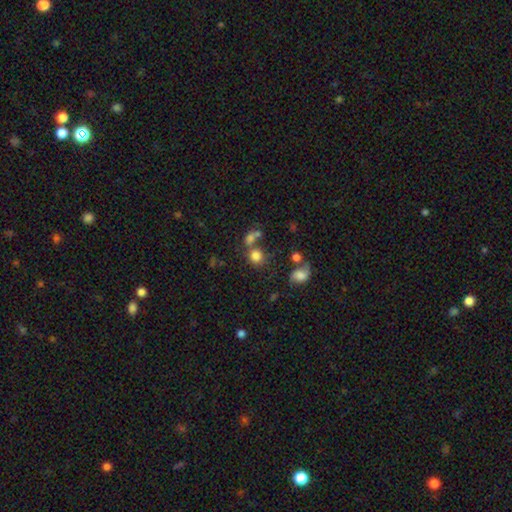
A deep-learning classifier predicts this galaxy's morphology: Smooth or featured: smooth — 78% (star or artifact — 13%)
How rounded: round — 79% (in between — 20%)
Merging: none — 56% (merger — 26%)